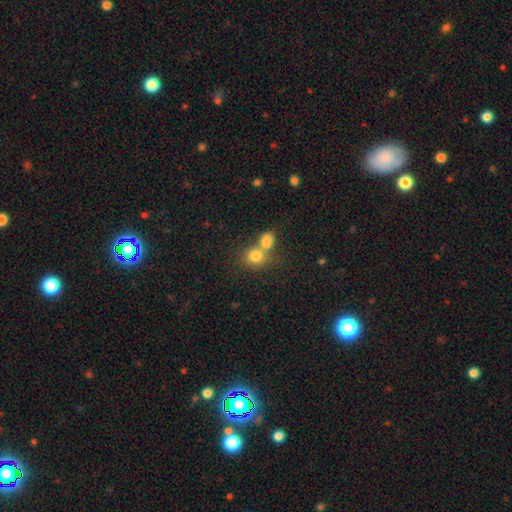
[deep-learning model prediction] A smooth galaxy with no disk features (79%) that is round (72%). Merging: merger (56%).